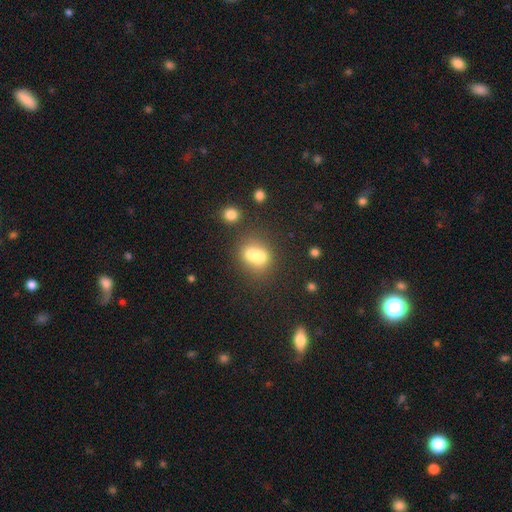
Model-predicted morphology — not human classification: smooth 67%, featured or disk 21%, star or artifact 13%. Down the decision tree: how rounded — round (71%); merging — merger (64%).